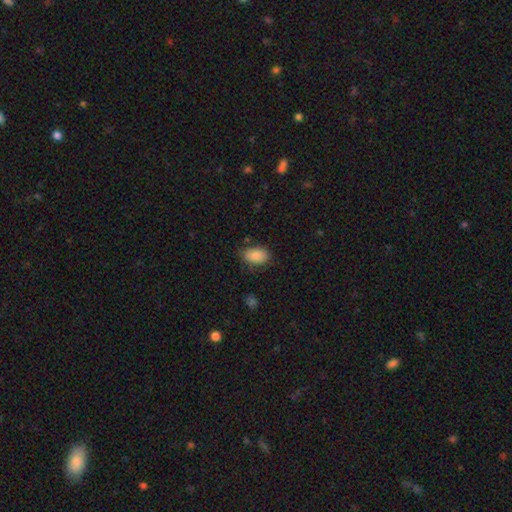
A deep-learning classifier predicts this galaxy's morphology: Smooth or featured? Predicted: smooth (p=0.85). How rounded? Predicted: in between (p=0.90). Merging? Predicted: none (p=0.74).